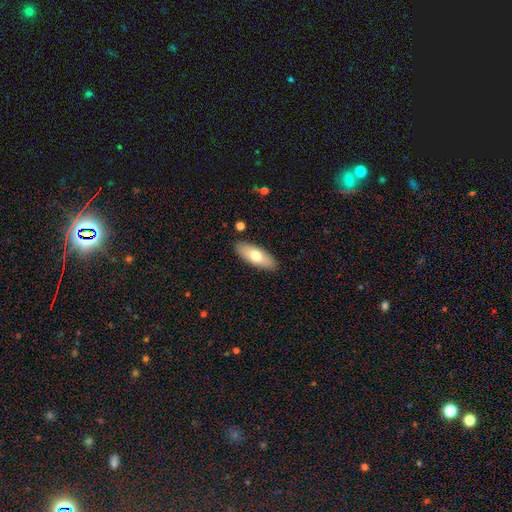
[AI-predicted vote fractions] smooth 71%, featured or disk 23%, star or artifact 6%. Down the decision tree: how rounded — in between (75%); merging — none (88%).